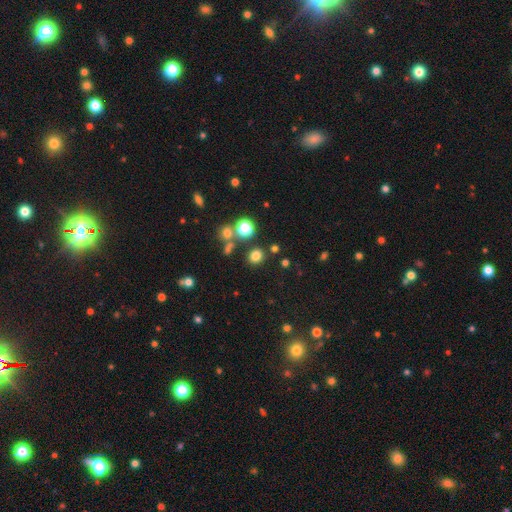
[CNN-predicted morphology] Smooth or featured: smooth — 76% (star or artifact — 18%)
How rounded: round — 74% (in between — 25%)
Merging: none — 81% (minor disturbance — 9%)